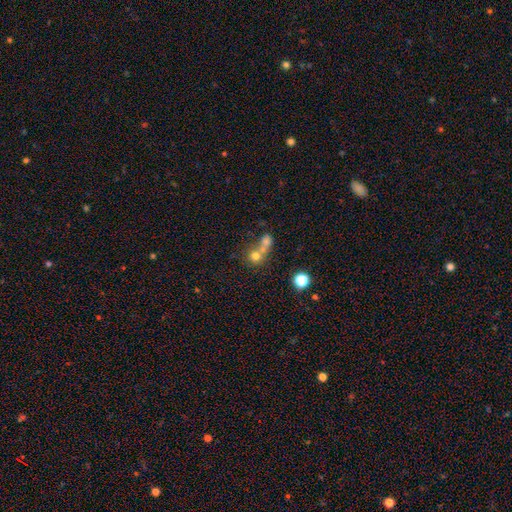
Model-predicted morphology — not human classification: Smooth or featured: smooth — 68% (featured or disk — 16%)
How rounded: round — 82% (in between — 17%)
Merging: merger — 57% (none — 32%)